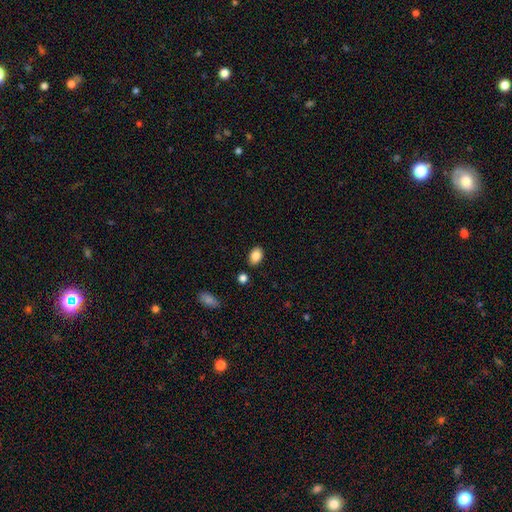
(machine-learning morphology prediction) Smooth or featured? Predicted: smooth (p=0.86). How rounded? Predicted: in between (p=0.85). Merging? Predicted: none (p=0.84).